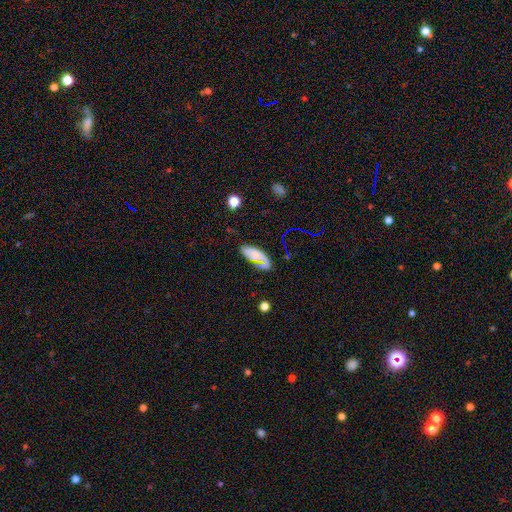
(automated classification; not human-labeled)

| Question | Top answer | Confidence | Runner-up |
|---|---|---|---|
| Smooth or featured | smooth | 55% | featured or disk (33%) |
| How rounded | in between | 79% | cigar-shaped (17%) |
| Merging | none | 57% | minor disturbance (22%) |